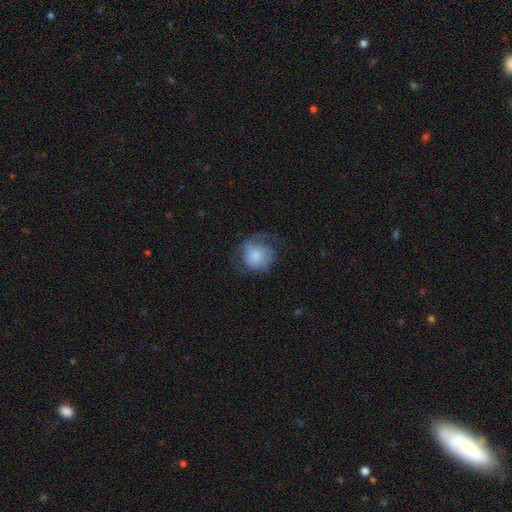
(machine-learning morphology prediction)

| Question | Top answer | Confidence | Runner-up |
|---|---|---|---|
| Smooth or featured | smooth | 61% | featured or disk (31%) |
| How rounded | round | 81% | in between (18%) |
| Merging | none | 48% | minor disturbance (27%) |